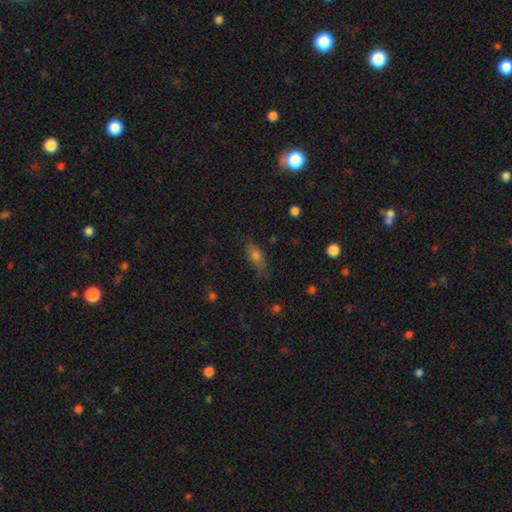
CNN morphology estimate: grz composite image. It shows a smooth galaxy with no disk features (58%) that is in between round and cigar-shaped (62%). Merging: none (73%).